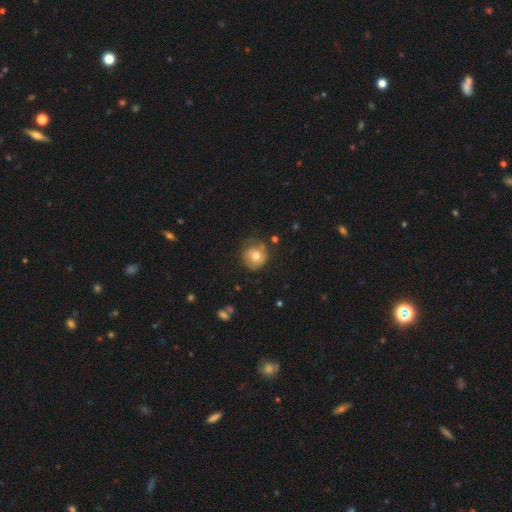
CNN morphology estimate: smooth-or-featured: smooth: 67% | featured or disk: 24% | star or artifact: 8%
  how-rounded: round: 87% | in between: 12% | cigar-shaped: 1%
  merging: none: 61% | minor disturbance: 25% | major disturbance: 11% | merger: 2%